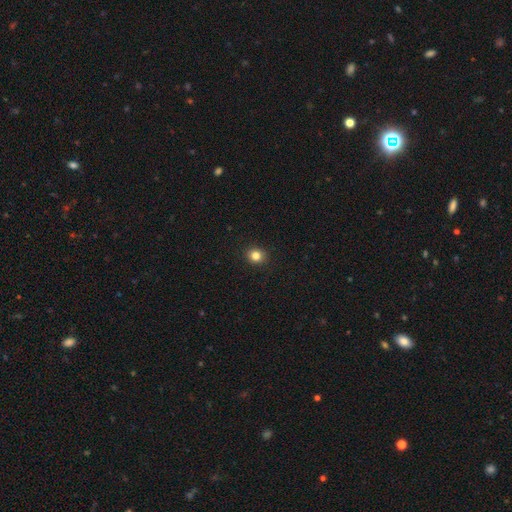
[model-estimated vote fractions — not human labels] A smooth galaxy with no disk features (83%) that is round (86%). Merging: none (92%).